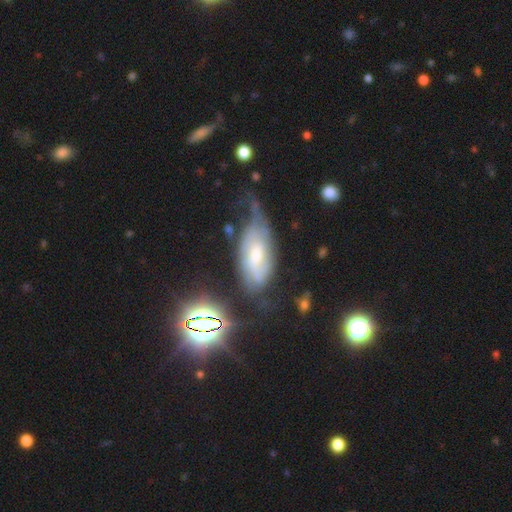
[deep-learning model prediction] A featured or disk galaxy (66%) with no bar (54%), tight (39%) spiral arms (86%) and a moderate central bulge (51%). Merging: none (35%).